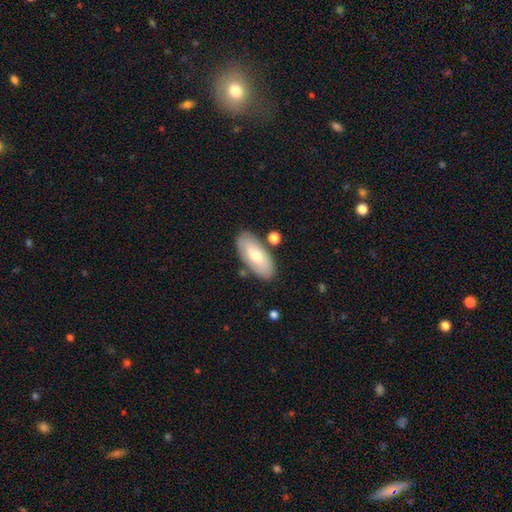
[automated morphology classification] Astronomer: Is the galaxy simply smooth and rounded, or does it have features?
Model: smooth — 62%.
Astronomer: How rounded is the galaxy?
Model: in between — 88%.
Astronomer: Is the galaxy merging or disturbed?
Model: none — 80%.